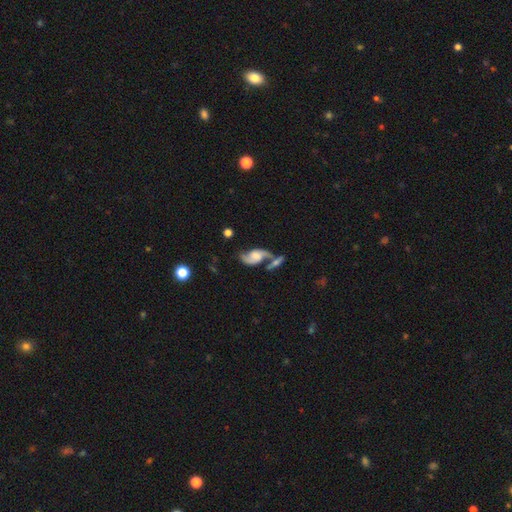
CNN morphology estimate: smooth-or-featured: featured or disk: 80% | smooth: 14% | star or artifact: 7%
  disk-edge-on: no: 95% | yes: 5%
    bar: no: 61% | weak: 31% | strong: 8%
    has-spiral-arms: yes: 94% | no: 6%
      spiral-winding: loose: 54% | medium: 36% | tight: 11%
      spiral-arm-count: 2: 89% | 1: 4% | can't tell: 4% | 3: 1% | 4: 1% | more than 4: 1%
    bulge-size: moderate: 39% | small: 31% | none: 14% | large: 14% | dominant: 2%
  merging: merger: 38% | none: 36% | minor disturbance: 15% | major disturbance: 11%